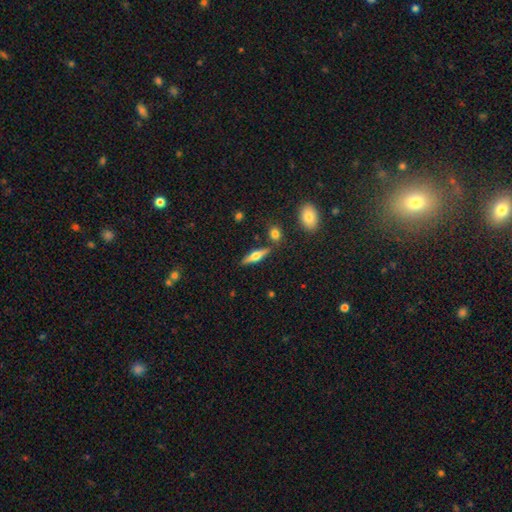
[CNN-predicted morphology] Smooth or featured?
  - featured or disk: 55% *
  - smooth: 38%
  - star or artifact: 7%
Edge-on disk?
  - yes: 94% *
  - no: 6%
Edge-on bulge?
  - rounded: 91% *
  - boxy: 6%
  - none: 3%
Merging?
  - none: 82% *
  - minor disturbance: 9%
  - merger: 6%
  - major disturbance: 3%